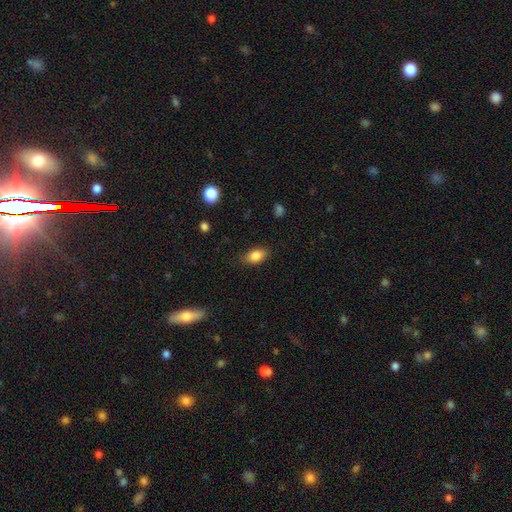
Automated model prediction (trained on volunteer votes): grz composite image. It shows a smooth galaxy with no disk features (85%) that is in between round and cigar-shaped (87%). Merging: none (83%).